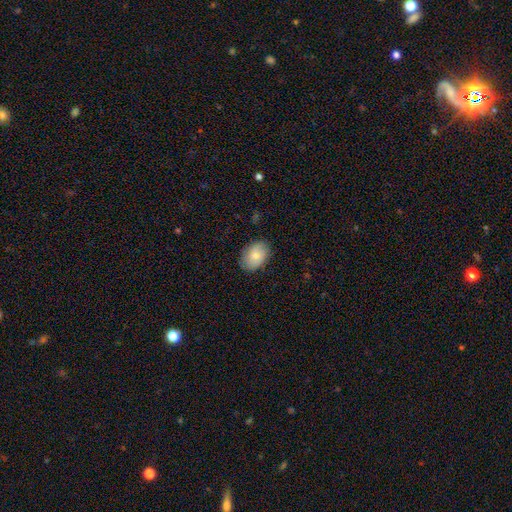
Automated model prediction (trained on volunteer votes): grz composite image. It shows a smooth galaxy with no disk features (77%) that is in between round and cigar-shaped (82%). Merging: none (82%).